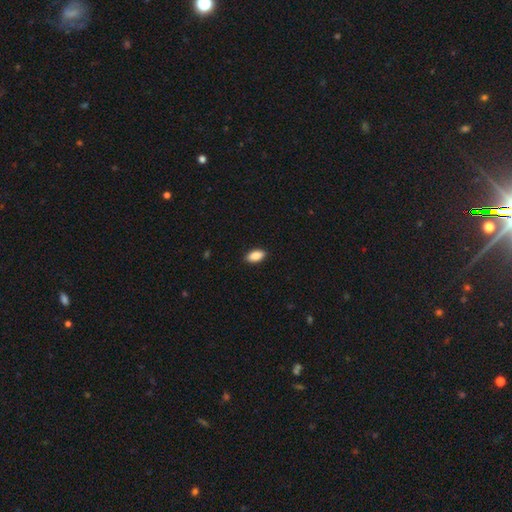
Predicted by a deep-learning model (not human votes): Smooth or featured? Predicted: smooth (p=0.88). How rounded? Predicted: in between (p=0.92). Merging? Predicted: none (p=0.90).